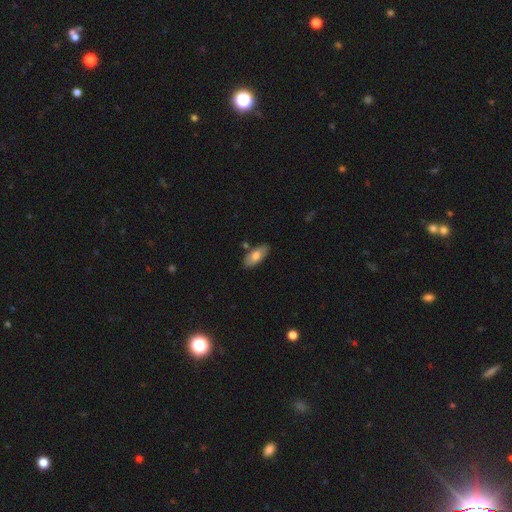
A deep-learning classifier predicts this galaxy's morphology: Q: Smooth or featured?
A: smooth (73%); runner-up: featured or disk (21%)
Q: How rounded?
A: in between (89%); runner-up: cigar-shaped (9%)
Q: Merging?
A: none (81%); runner-up: minor disturbance (13%)